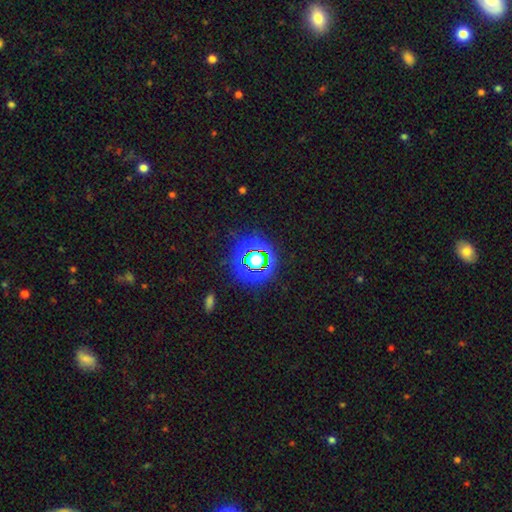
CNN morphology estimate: Smooth or featured? star or artifact (79%)